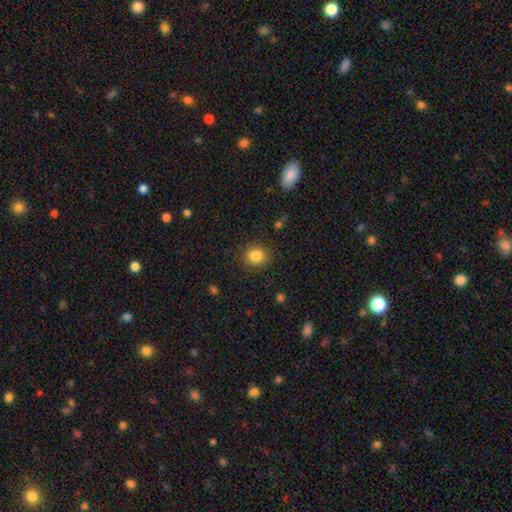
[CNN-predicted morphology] Overall: smooth (84%). How rounded: round (85%). Merging: none (88%).